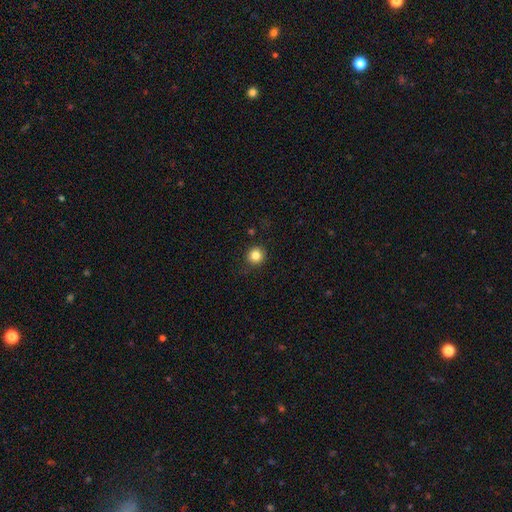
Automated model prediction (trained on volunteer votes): Smooth or featured?
  - smooth: 83% *
  - star or artifact: 11%
  - featured or disk: 6%
How rounded?
  - round: 92% *
  - in between: 7%
  - cigar-shaped: 1%
Merging?
  - none: 89% *
  - minor disturbance: 8%
  - major disturbance: 2%
  - merger: 1%